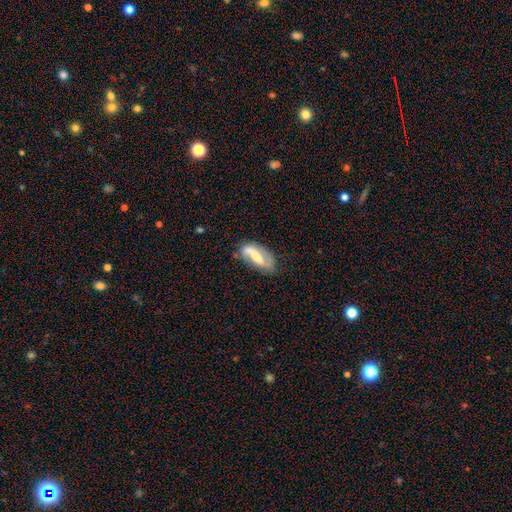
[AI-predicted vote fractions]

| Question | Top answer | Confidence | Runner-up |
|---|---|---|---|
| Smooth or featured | featured or disk | 70% | smooth (24%) |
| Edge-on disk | no | 91% | yes (9%) |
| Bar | strong | 49% | weak (33%) |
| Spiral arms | yes | 86% | no (14%) |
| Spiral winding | loose | 62% | medium (26%) |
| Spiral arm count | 2 | 82% | 1 (9%) |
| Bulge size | moderate | 44% | small (43%) |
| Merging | none | 68% | minor disturbance (22%) |